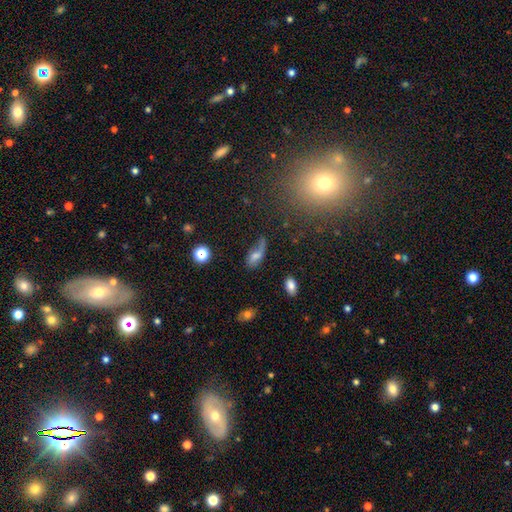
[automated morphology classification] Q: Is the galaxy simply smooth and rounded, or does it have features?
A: smooth — 53%.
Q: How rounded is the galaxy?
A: in between — 79%.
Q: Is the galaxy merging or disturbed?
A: none — 36%.